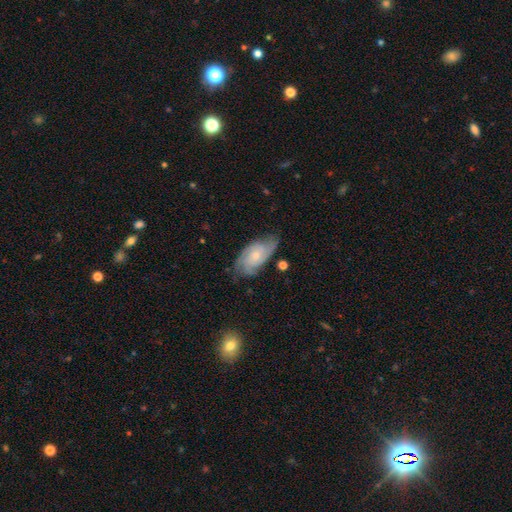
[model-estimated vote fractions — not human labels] Smooth or featured?
  - featured or disk: 71% *
  - smooth: 23%
  - star or artifact: 6%
Edge-on disk?
  - no: 95% *
  - yes: 5%
Bar?
  - no: 73% *
  - weak: 24%
  - strong: 3%
Spiral arms?
  - yes: 93% *
  - no: 7%
Spiral winding?
  - tight: 50% *
  - medium: 38%
  - loose: 12%
Spiral arm count?
  - 2: 31% *
  - can't tell: 27%
  - 3: 25%
  - 4: 9%
  - 1: 4%
  - more than 4: 4%
Bulge size?
  - small: 57% *
  - moderate: 37%
  - none: 4%
  - large: 2%
  - dominant: 1%
Merging?
  - none: 67% *
  - minor disturbance: 25%
  - major disturbance: 7%
  - merger: 2%